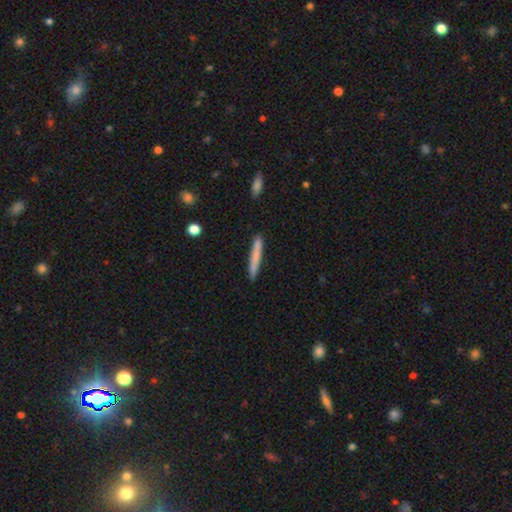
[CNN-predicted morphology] Smooth or featured?
  - smooth: 72% *
  - featured or disk: 22%
  - star or artifact: 6%
How rounded?
  - cigar-shaped: 96% *
  - in between: 3%
  - round: 1%
Merging?
  - none: 87% *
  - minor disturbance: 9%
  - merger: 2%
  - major disturbance: 2%